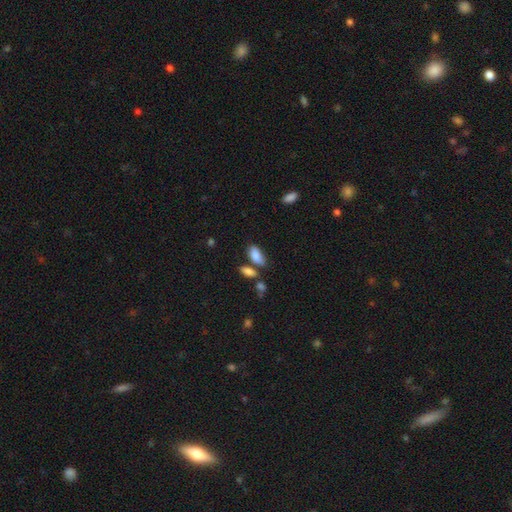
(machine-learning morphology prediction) smooth-or-featured: smooth: 86% | featured or disk: 7% | star or artifact: 7%
  how-rounded: in between: 89% | cigar-shaped: 8% | round: 3%
  merging: none: 60% | merger: 19% | minor disturbance: 16% | major disturbance: 5%